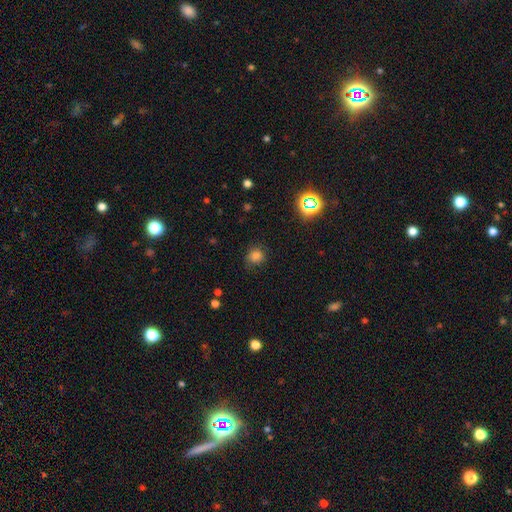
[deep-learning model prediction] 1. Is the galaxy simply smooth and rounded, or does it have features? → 78% smooth, 16% star or artifact, 6% featured or disk.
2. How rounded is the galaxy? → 83% round, 16% in between, 1% cigar-shaped.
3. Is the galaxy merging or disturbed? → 76% none, 18% minor disturbance, 5% major disturbance, 1% merger.